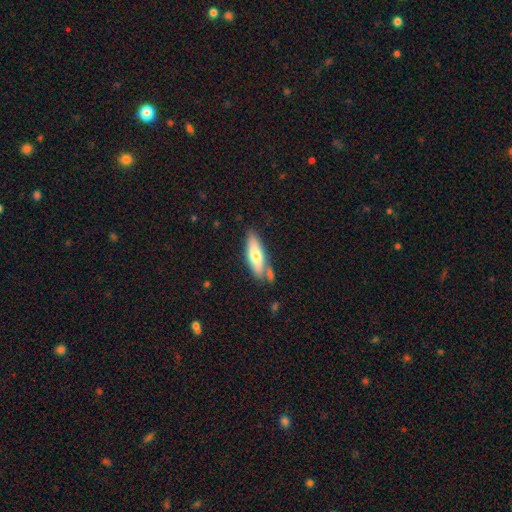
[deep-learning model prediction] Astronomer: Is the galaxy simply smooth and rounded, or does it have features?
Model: smooth — 67%.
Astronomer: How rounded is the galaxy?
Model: in between — 51% (runner-up: cigar-shaped, 47%).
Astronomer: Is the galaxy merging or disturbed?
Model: none — 67%.